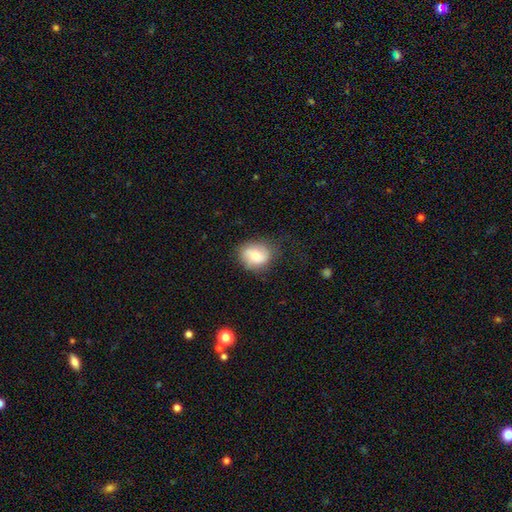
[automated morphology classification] Smooth or featured? smooth (62%)
How rounded? round (56%)
Merging? none (69%)